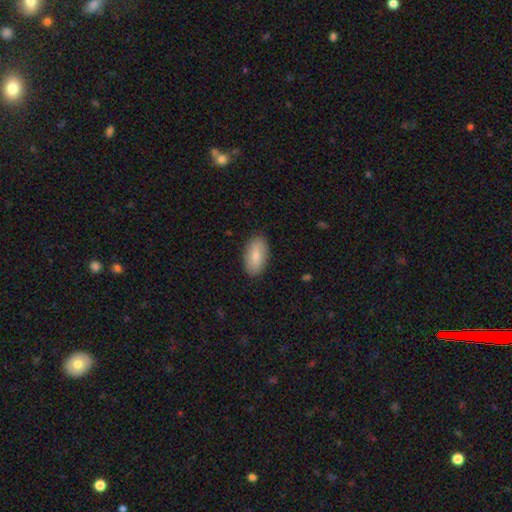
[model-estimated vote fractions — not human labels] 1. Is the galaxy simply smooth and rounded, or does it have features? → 80% smooth, 14% featured or disk, 6% star or artifact.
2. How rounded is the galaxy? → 93% in between, 4% cigar-shaped, 3% round.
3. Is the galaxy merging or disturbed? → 87% none, 10% minor disturbance, 2% major disturbance, 1% merger.